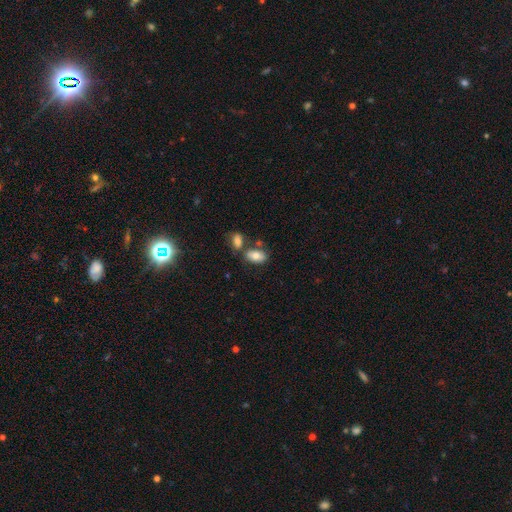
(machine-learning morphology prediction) Smooth or featured? Predicted: smooth (p=0.77). How rounded? Predicted: in between (p=0.91). Merging? Predicted: none (p=0.58).